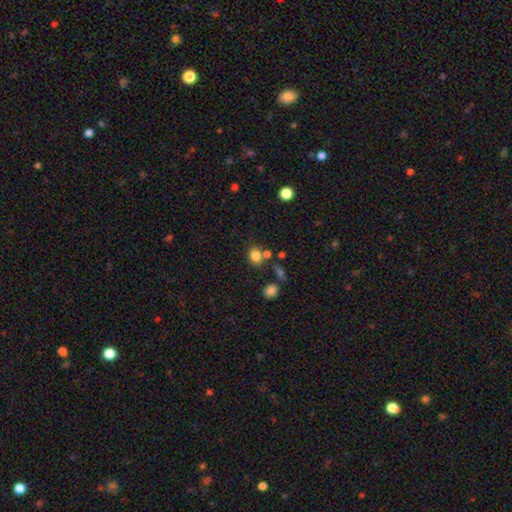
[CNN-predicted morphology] A smooth galaxy with no disk features (81%) that is round (62%). Merging: none (65%).